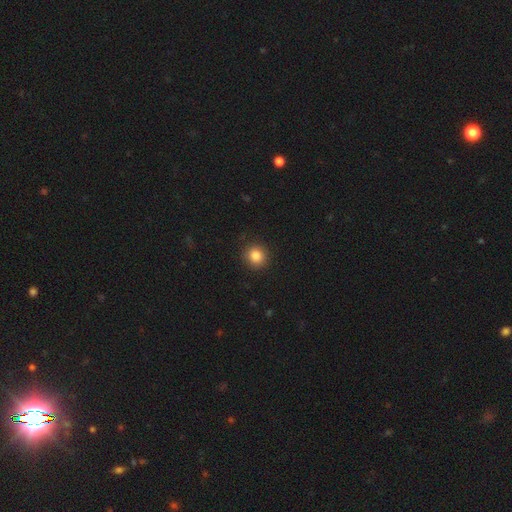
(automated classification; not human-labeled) A smooth galaxy with no disk features (85%) that is round (90%). Merging: none (91%).